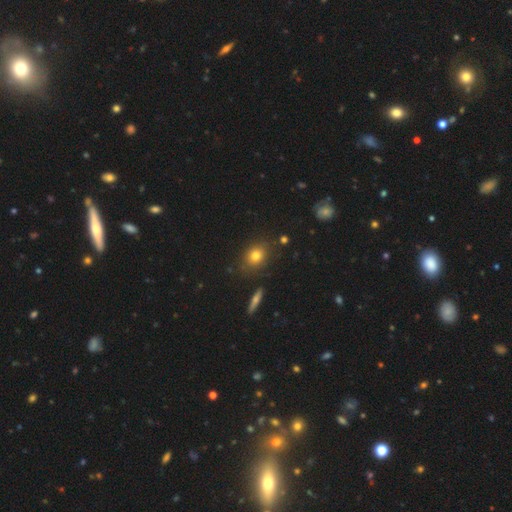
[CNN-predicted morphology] smooth-or-featured: smooth: 77% | star or artifact: 12% | featured or disk: 10%
  how-rounded: round: 55% | in between: 43% | cigar-shaped: 2%
  merging: none: 81% | minor disturbance: 12% | major disturbance: 3% | merger: 3%